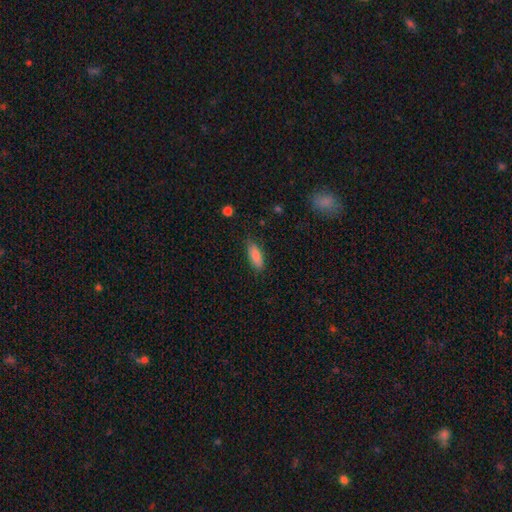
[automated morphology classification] Q: Smooth or featured?
A: smooth (84%); runner-up: featured or disk (9%)
Q: How rounded?
A: in between (73%); runner-up: cigar-shaped (25%)
Q: Merging?
A: none (79%); runner-up: minor disturbance (16%)